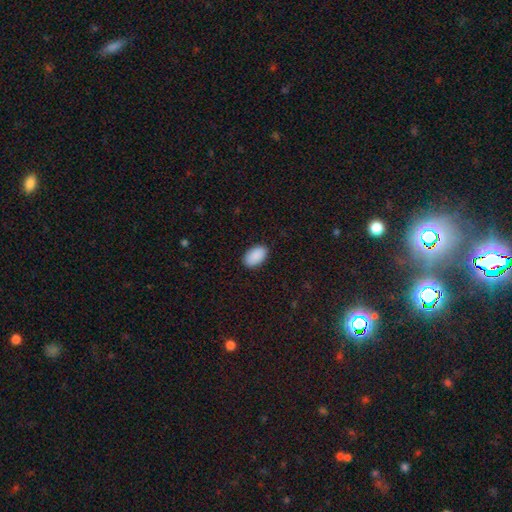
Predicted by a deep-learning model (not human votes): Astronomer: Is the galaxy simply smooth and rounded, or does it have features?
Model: smooth — 91%.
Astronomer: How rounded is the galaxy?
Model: in between — 95%.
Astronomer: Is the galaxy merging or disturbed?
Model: none — 89%.